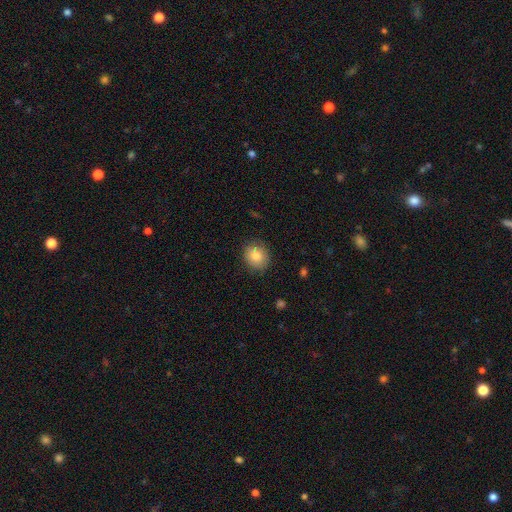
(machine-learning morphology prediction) Smooth or featured? smooth (83%)
How rounded? round (69%)
Merging? none (85%)